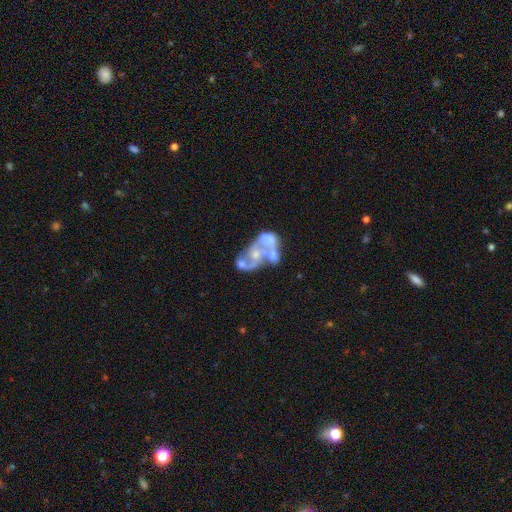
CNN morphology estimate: smooth_or_featured: featured or disk (p=0.72) [alt: smooth p=0.18]
disk_edge_on: no (p=0.98) [alt: yes p=0.02]
bar: no (p=0.86) [alt: weak p=0.11]
has_spiral_arms: no (p=0.72) [alt: yes p=0.28]
bulge_size: none (p=0.41) [alt: moderate p=0.30]
merging: merger (p=0.47) [alt: major disturbance p=0.23]